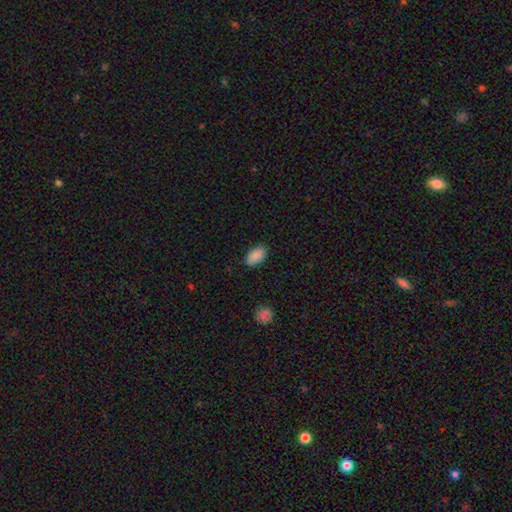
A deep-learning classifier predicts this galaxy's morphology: Overall: smooth (88%). How rounded: in between (93%). Merging: none (85%).